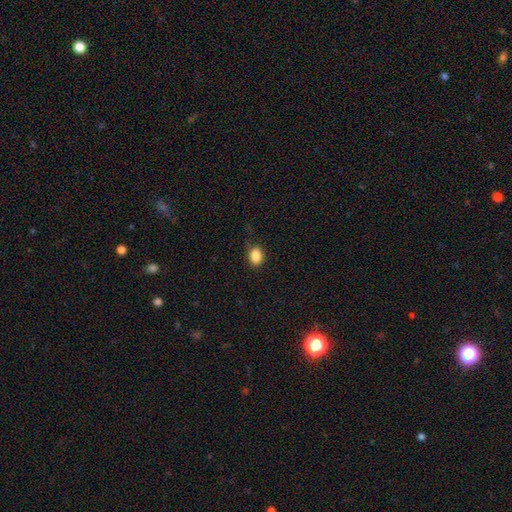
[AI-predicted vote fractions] Morphology: type=smooth (87%); roundness=in between (64%); merging=none (80%).